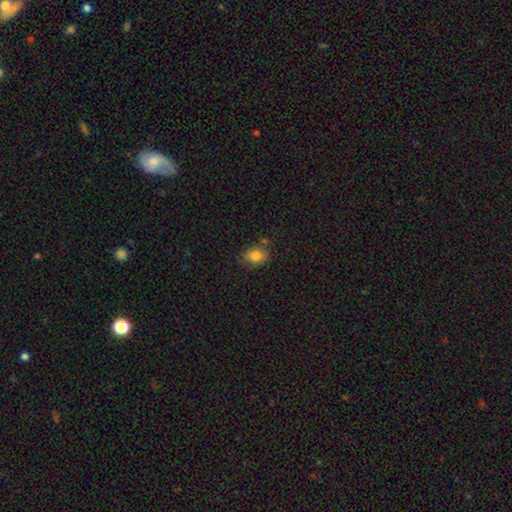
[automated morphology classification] Smooth or featured? smooth (83%)
How rounded? in between (57%)
Merging? none (74%)